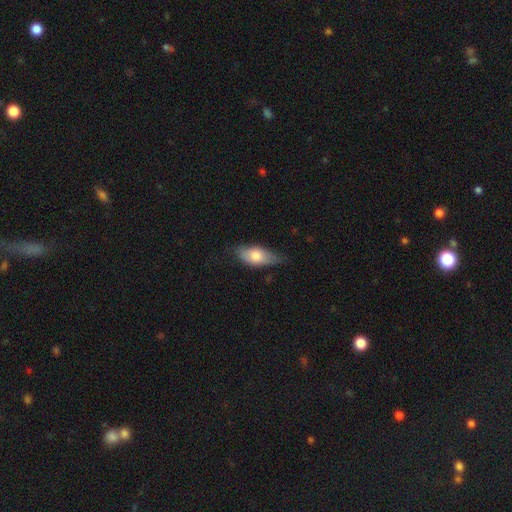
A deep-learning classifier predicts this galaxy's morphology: smooth-or-featured: smooth: 72% | featured or disk: 22% | star or artifact: 6%
  how-rounded: in between: 85% | cigar-shaped: 12% | round: 3%
  merging: none: 62% | minor disturbance: 31% | major disturbance: 6% | merger: 2%